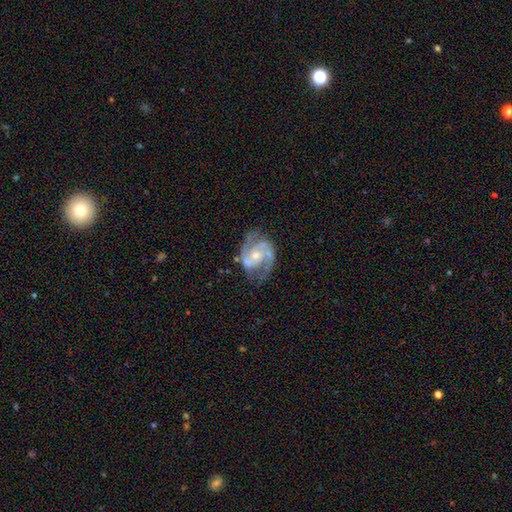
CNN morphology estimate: type=featured or disk (91%); edge-on=no (98%); bar=no (51%); spiral arms=yes (98%); winding=medium (58%); arm count=2 (86%); bulge=moderate (48%); merging=none (73%).